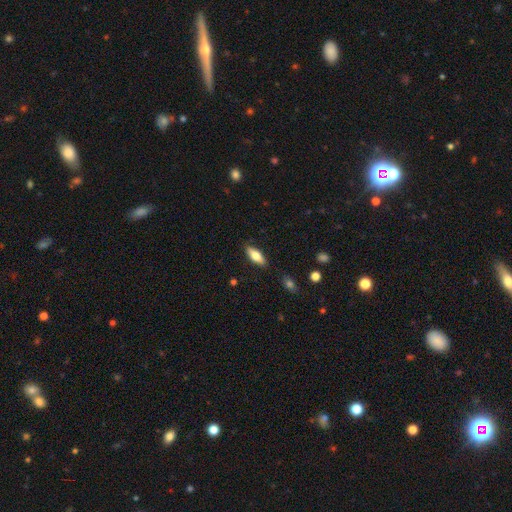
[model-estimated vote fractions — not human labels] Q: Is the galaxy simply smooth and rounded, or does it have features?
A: smooth — 72%.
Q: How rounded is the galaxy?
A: in between — 71%.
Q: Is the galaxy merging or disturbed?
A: none — 86%.